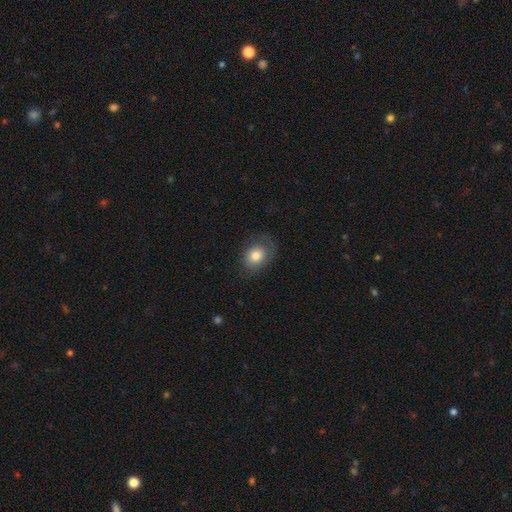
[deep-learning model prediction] Smooth or featured: smooth — 77% (featured or disk — 15%)
How rounded: in between — 56% (round — 43%)
Merging: none — 67% (minor disturbance — 21%)